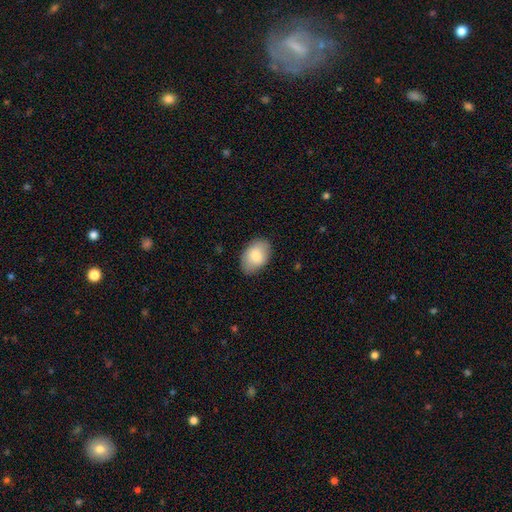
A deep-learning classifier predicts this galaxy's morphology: smooth_or_featured: smooth (p=0.81) [alt: featured or disk p=0.13]
how_rounded: in between (p=0.89) [alt: round p=0.10]
merging: none (p=0.81) [alt: minor disturbance p=0.14]